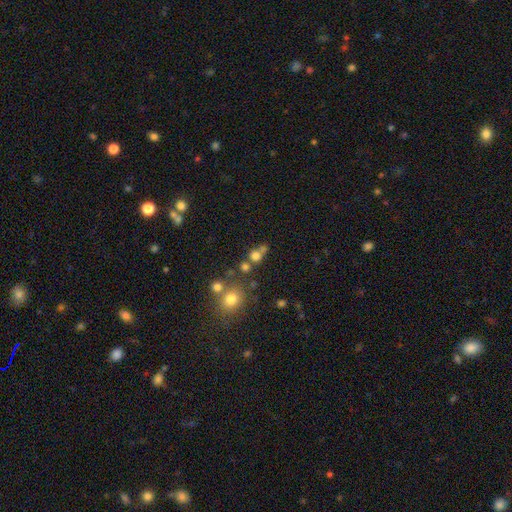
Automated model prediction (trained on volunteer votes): Overall: smooth (72%). How rounded: round (80%). Merging: none (49%; merger 35%).